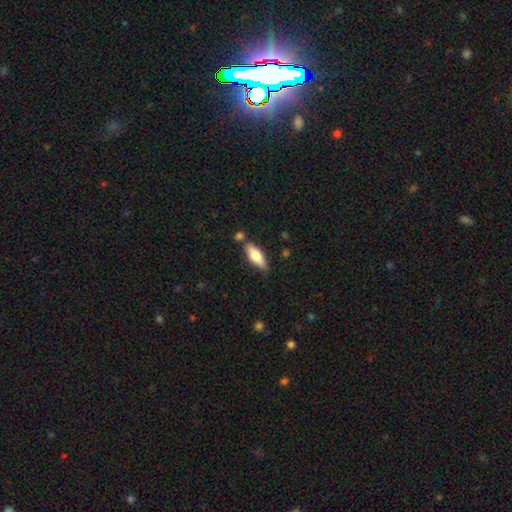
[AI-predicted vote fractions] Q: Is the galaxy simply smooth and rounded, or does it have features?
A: smooth — 63%.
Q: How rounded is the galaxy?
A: in between — 56%.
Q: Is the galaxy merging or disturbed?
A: none — 73%.